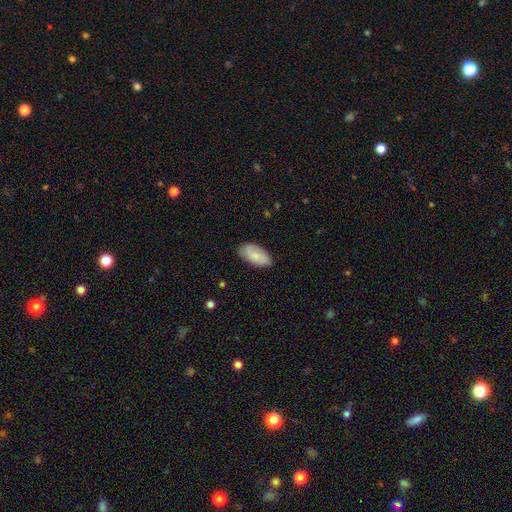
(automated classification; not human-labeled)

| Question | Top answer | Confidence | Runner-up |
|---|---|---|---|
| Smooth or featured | smooth | 79% | featured or disk (15%) |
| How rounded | in between | 94% | cigar-shaped (4%) |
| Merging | none | 80% | minor disturbance (16%) |